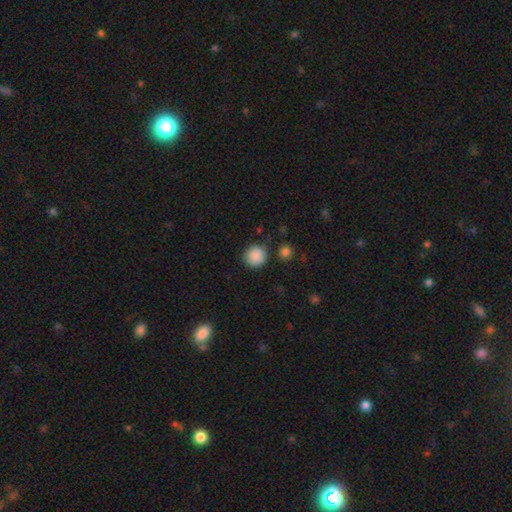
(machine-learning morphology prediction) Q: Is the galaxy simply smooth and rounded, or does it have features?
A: smooth — 88%.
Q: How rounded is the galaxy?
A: round — 92%.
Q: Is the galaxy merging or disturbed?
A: none — 82%.